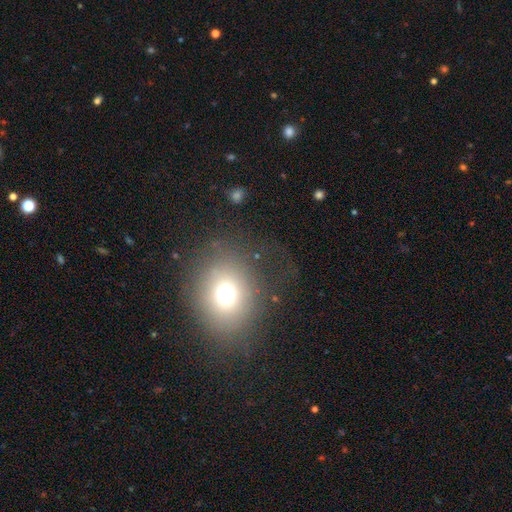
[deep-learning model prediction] Smooth or featured? smooth (64%)
How rounded? round (64%)
Merging? none (78%)